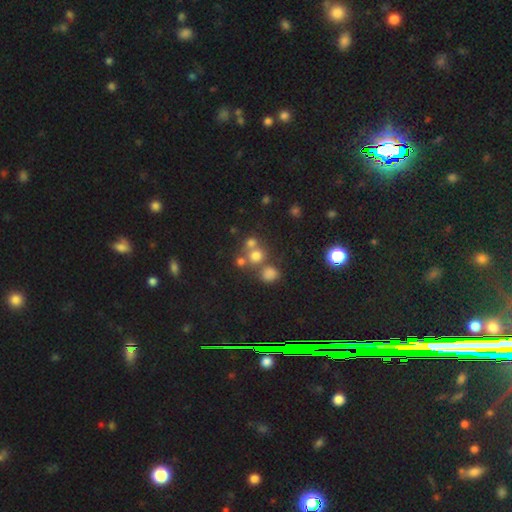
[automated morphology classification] A smooth galaxy with no disk features (65%) that is round (86%). Merging: none (55%).